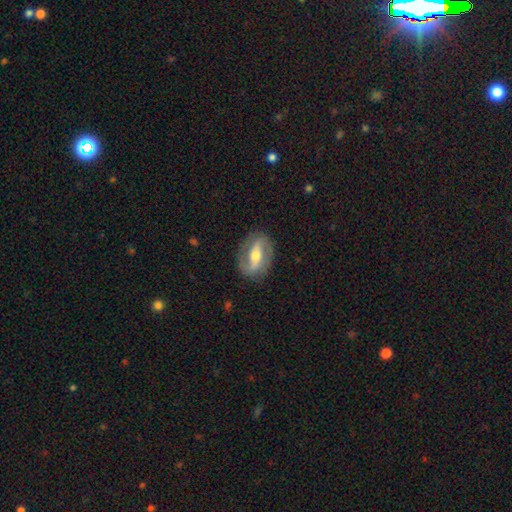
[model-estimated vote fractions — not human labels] smooth-or-featured: featured or disk: 78% | smooth: 17% | star or artifact: 5%
  disk-edge-on: no: 91% | yes: 9%
    bar: strong: 57% | weak: 27% | no: 16%
    has-spiral-arms: yes: 80% | no: 20%
      spiral-winding: medium: 41% | loose: 34% | tight: 25%
      spiral-arm-count: 2: 88% | can't tell: 6% | 1: 3% | 3: 1% | 4: 1% | more than 4: 1%
    bulge-size: moderate: 67% | small: 25% | large: 6% | none: 1% | dominant: 1%
  merging: none: 84% | minor disturbance: 11% | major disturbance: 4% | merger: 1%